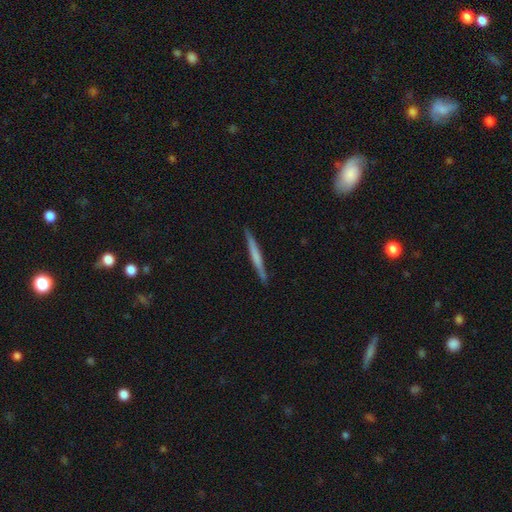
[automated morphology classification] featured or disk 49%, smooth 46%, star or artifact 5%. Down the decision tree: merging — none (91%).